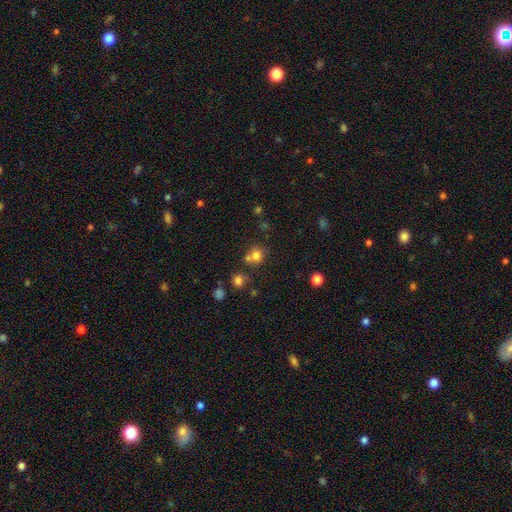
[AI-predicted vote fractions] Q: Smooth or featured?
A: smooth (75%); runner-up: star or artifact (15%)
Q: How rounded?
A: round (78%); runner-up: in between (21%)
Q: Merging?
A: none (54%); runner-up: merger (32%)